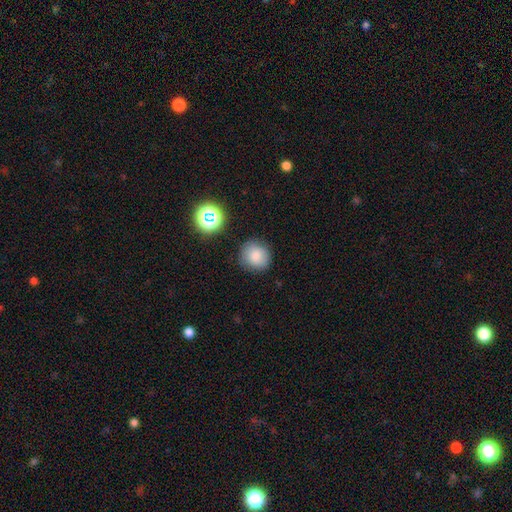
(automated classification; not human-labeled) This appears to be a smooth galaxy with no disk features (81%) that is round (88%). Merging: none (85%).